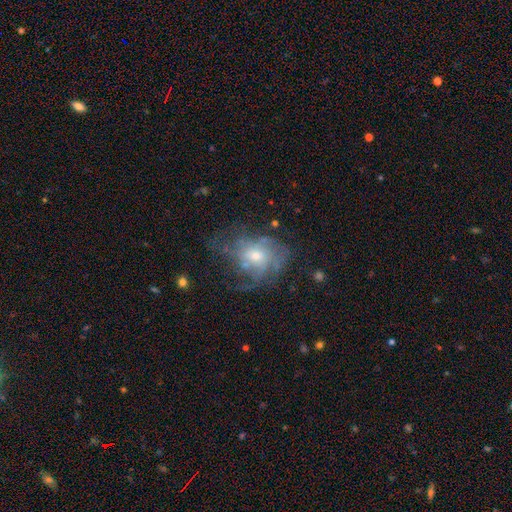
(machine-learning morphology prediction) featured or disk 68%, smooth 21%, star or artifact 11%. Down the decision tree: edge-on disk — no (97%); bar — no (74%); spiral arms — yes (74%); bulge size — small (48%); merging — none (48%).